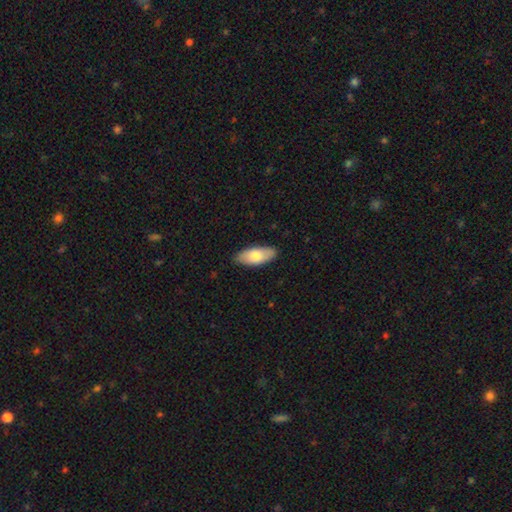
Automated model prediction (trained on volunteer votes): Smooth or featured? Predicted: smooth (p=0.77). How rounded? Predicted: in between (p=0.85). Merging? Predicted: none (p=0.87).